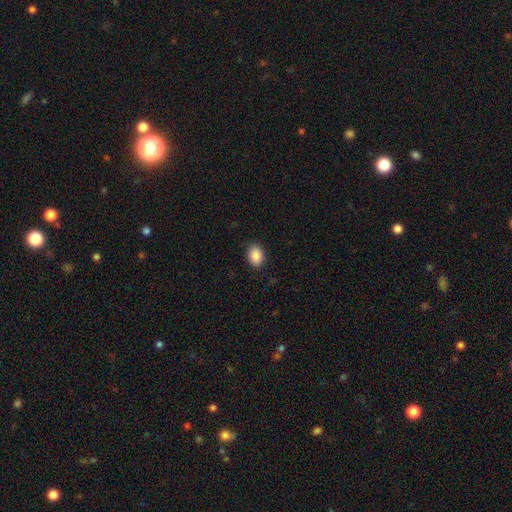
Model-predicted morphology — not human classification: A smooth galaxy with no disk features (90%) that is in between round and cigar-shaped (80%). Merging: none (88%).